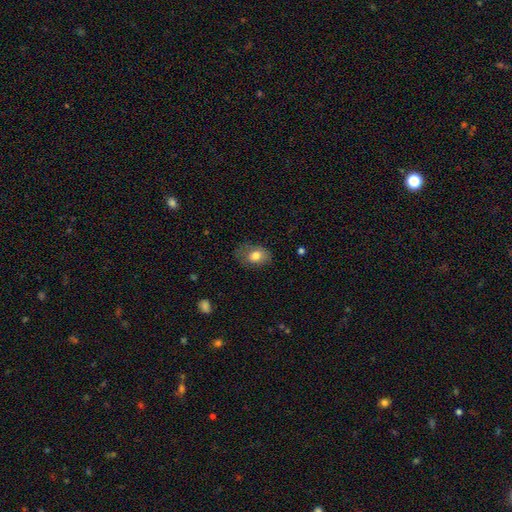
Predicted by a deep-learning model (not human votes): Smooth or featured?
  - smooth: 77% *
  - featured or disk: 14%
  - star or artifact: 9%
How rounded?
  - in between: 75% *
  - round: 23%
  - cigar-shaped: 1%
Merging?
  - none: 68% *
  - minor disturbance: 23%
  - major disturbance: 8%
  - merger: 1%